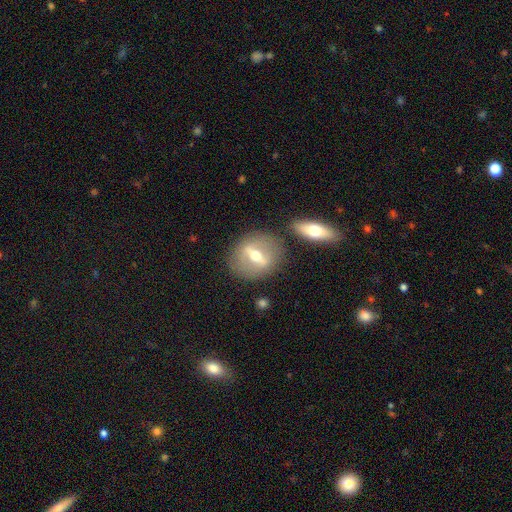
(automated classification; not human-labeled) Smooth or featured?
  - featured or disk: 64% *
  - smooth: 28%
  - star or artifact: 8%
Edge-on disk?
  - no: 63% *
  - yes: 37%
Merging?
  - none: 78% *
  - minor disturbance: 11%
  - merger: 7%
  - major disturbance: 4%